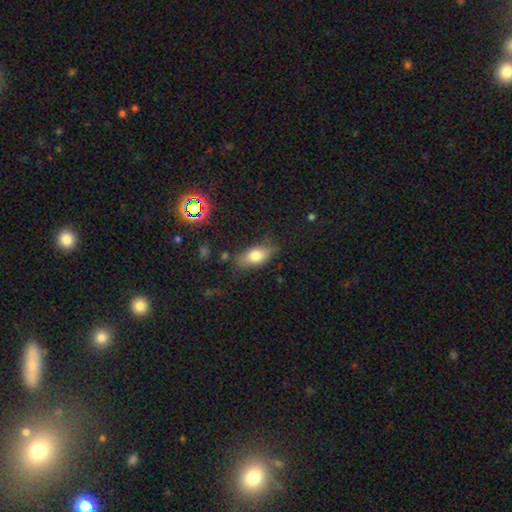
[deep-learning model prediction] Smooth or featured?
  - smooth: 74% *
  - featured or disk: 17%
  - star or artifact: 9%
How rounded?
  - in between: 84% *
  - cigar-shaped: 10%
  - round: 7%
Merging?
  - none: 75% *
  - minor disturbance: 18%
  - major disturbance: 5%
  - merger: 2%